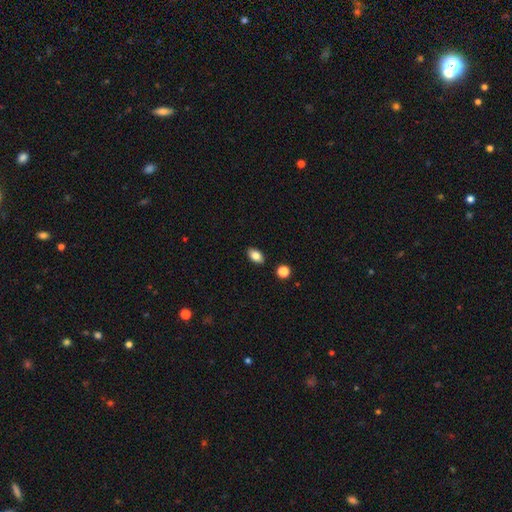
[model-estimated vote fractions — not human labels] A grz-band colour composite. It shows a smooth galaxy with no disk features (82%) that is in between round and cigar-shaped (89%). Merging: none (88%).